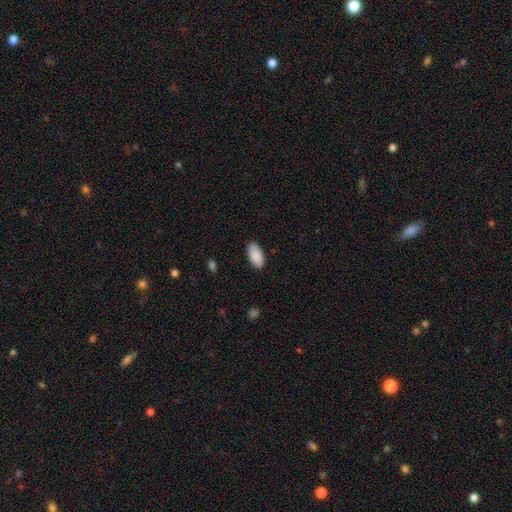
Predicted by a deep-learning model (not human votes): Q: Smooth or featured?
A: smooth (90%); runner-up: star or artifact (6%)
Q: How rounded?
A: in between (93%); runner-up: cigar-shaped (5%)
Q: Merging?
A: none (87%); runner-up: minor disturbance (9%)